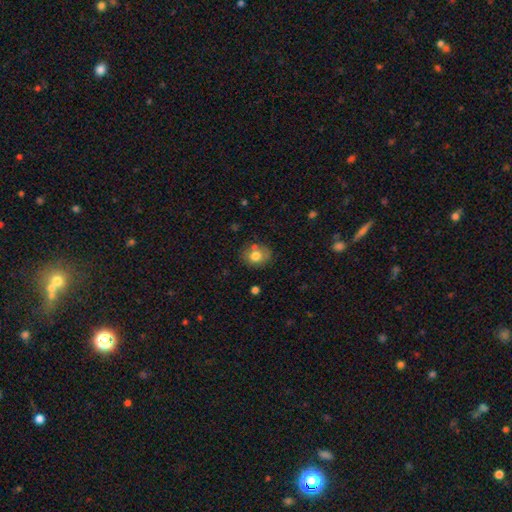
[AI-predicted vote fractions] Smooth or featured?
  - smooth: 75% *
  - featured or disk: 16%
  - star or artifact: 9%
How rounded?
  - round: 61% *
  - in between: 38%
  - cigar-shaped: 1%
Merging?
  - none: 67% *
  - minor disturbance: 19%
  - merger: 9%
  - major disturbance: 5%